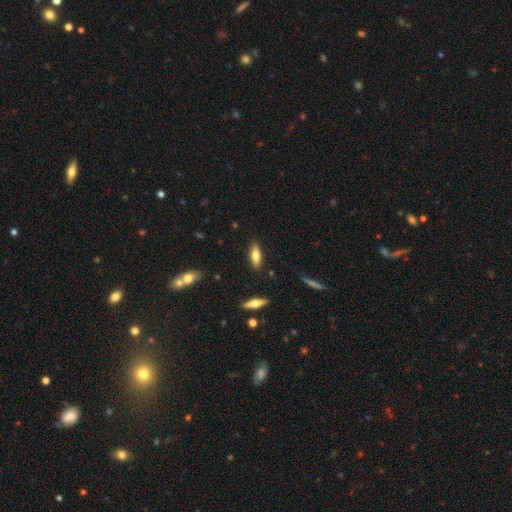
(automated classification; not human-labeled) smooth 65%, featured or disk 28%, star or artifact 7%. Down the decision tree: how rounded — in between (54%); merging — none (86%).